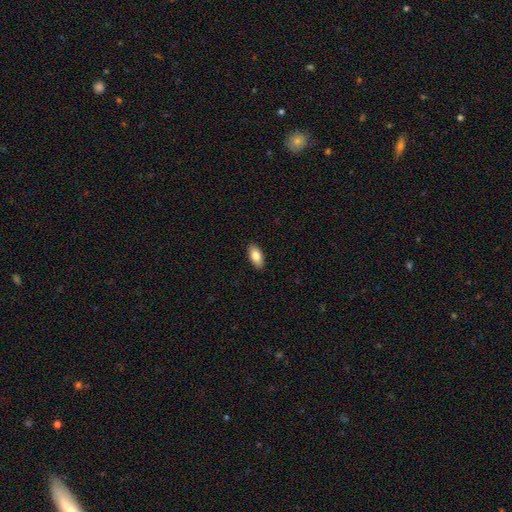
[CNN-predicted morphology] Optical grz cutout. It shows a smooth galaxy with no disk features (81%) that is in between round and cigar-shaped (89%). Merging: none (89%).